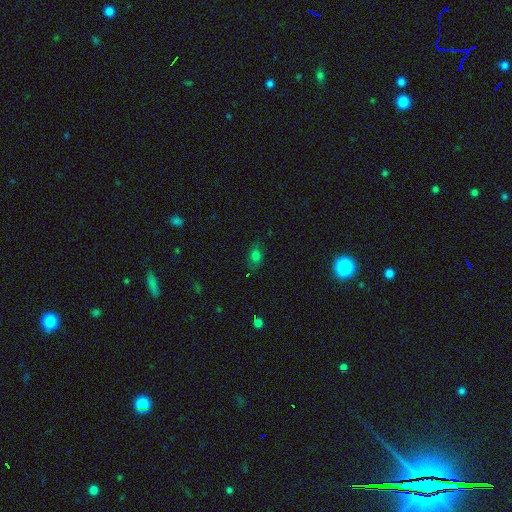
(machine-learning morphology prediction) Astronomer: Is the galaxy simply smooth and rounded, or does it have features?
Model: smooth — 69%.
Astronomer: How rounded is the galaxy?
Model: in between — 66%.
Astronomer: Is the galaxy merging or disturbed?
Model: none — 78%.